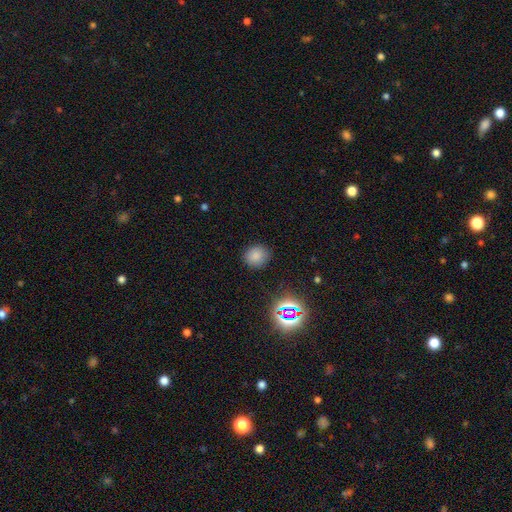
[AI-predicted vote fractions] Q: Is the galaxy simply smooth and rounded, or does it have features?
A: smooth — 78%.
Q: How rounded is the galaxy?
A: round — 77%.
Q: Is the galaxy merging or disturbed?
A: none — 87%.